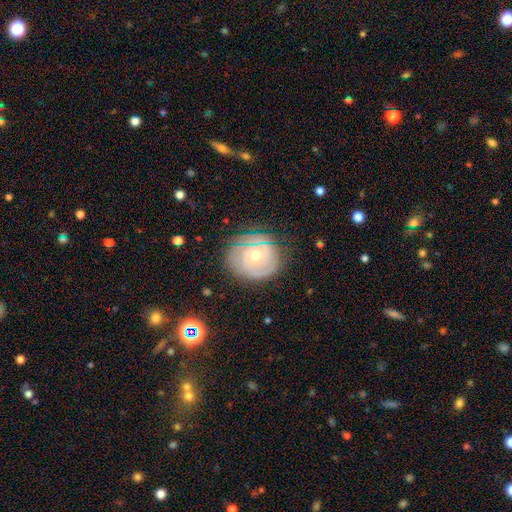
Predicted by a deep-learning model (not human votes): smooth-or-featured: featured or disk: 77% | smooth: 15% | star or artifact: 7%
  disk-edge-on: no: 97% | yes: 3%
    bar: no: 79% | weak: 17% | strong: 5%
    has-spiral-arms: yes: 88% | no: 12%
      spiral-winding: tight: 80% | medium: 15% | loose: 4%
      spiral-arm-count: can't tell: 39% | 2: 24% | 3: 18% | 4: 7% | 1: 7% | more than 4: 5%
    bulge-size: moderate: 58% | small: 38% | large: 2% | none: 1% | dominant: 1%
  merging: none: 76% | minor disturbance: 17% | major disturbance: 6% | merger: 1%